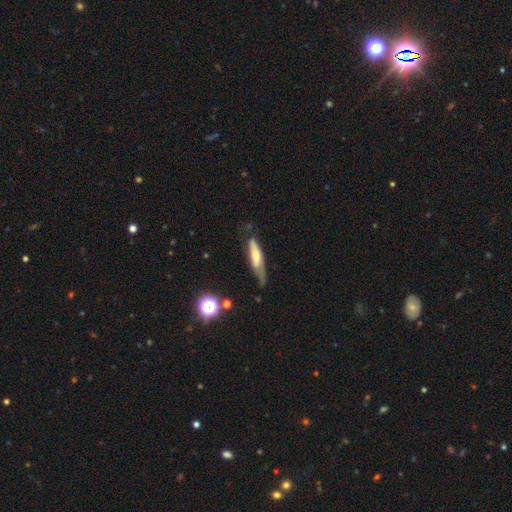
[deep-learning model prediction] This appears to be a smooth galaxy with no disk features (57%) that is cigar-shaped (70%). Merging: minor disturbance (39%).